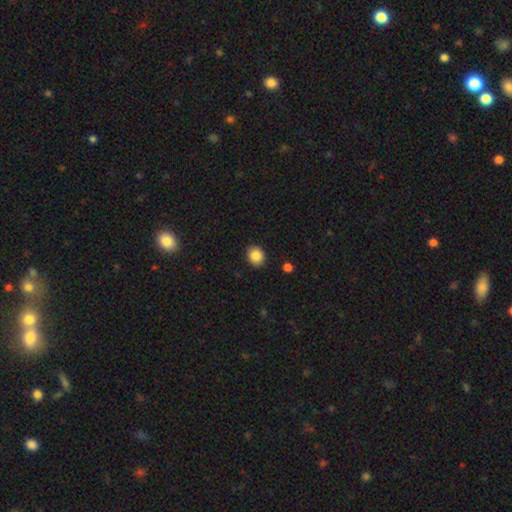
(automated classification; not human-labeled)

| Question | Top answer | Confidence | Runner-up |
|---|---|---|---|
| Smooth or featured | smooth | 86% | star or artifact (9%) |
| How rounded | round | 71% | in between (28%) |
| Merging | none | 90% | minor disturbance (7%) |